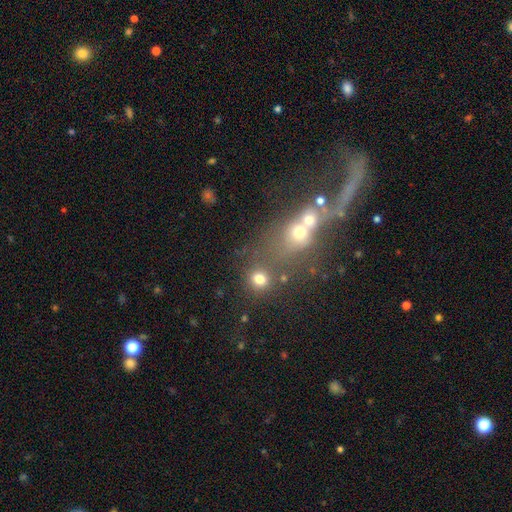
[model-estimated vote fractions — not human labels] Morphology: type=smooth (39%); merging=merger (53%).